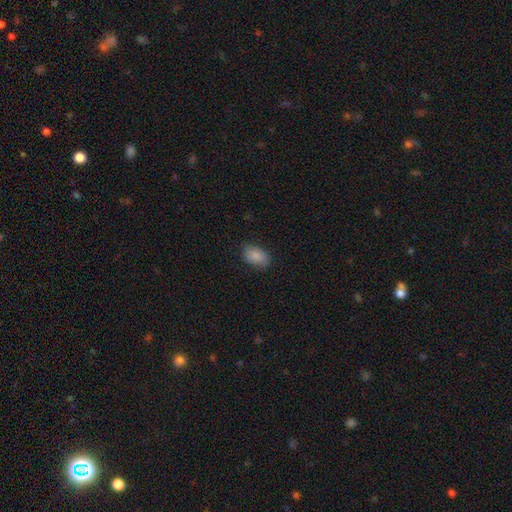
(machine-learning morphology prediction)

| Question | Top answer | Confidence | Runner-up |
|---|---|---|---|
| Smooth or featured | smooth | 87% | star or artifact (7%) |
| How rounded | in between | 90% | round (9%) |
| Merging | none | 81% | minor disturbance (14%) |